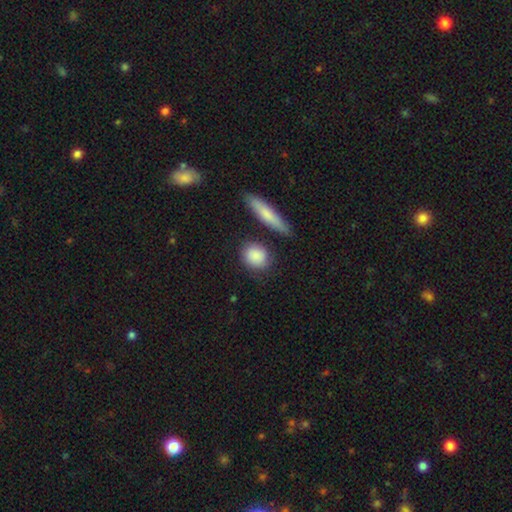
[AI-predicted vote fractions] The model was most divided on "how rounded": round: 62%, in between: 32%, cigar-shaped: 7%. More confident: smooth or featured — smooth (85%); merging — none (74%).